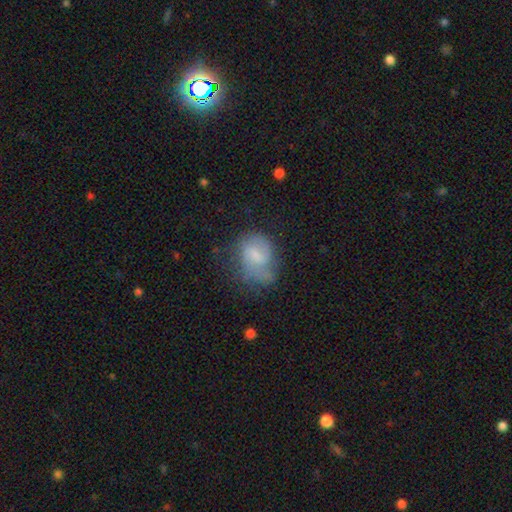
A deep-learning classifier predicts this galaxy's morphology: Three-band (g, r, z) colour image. It shows a featured or disk galaxy (49%). Merging: none (40%).